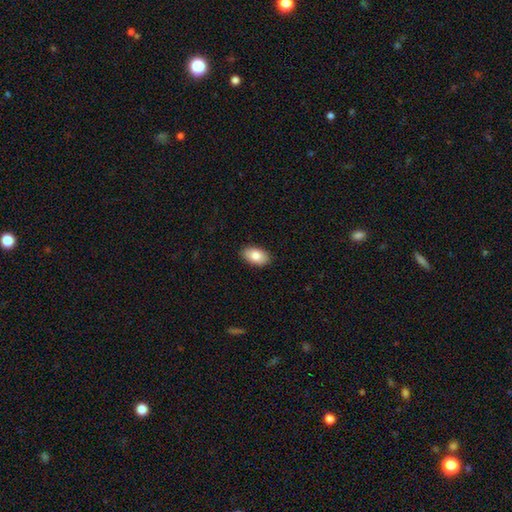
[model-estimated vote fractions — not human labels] A smooth galaxy with no disk features (83%) that is in between round and cigar-shaped (93%).

Vote fractions:
- Smooth or featured? smooth: 83% / featured or disk: 10% / star or artifact: 7%
- How rounded? in between: 93% / round: 5% / cigar-shaped: 2%
- Merging? none: 89% / minor disturbance: 8% / major disturbance: 2% / merger: 1%